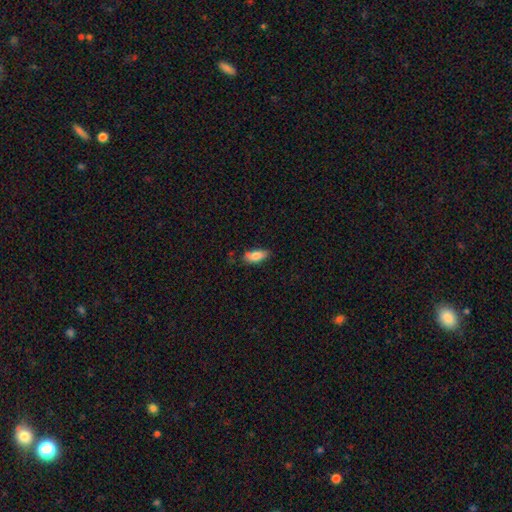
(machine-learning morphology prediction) The model was most divided on "merging": none: 70%, minor disturbance: 23%, major disturbance: 4%, merger: 2%. More confident: smooth or featured — smooth (82%); how rounded — in between (81%).